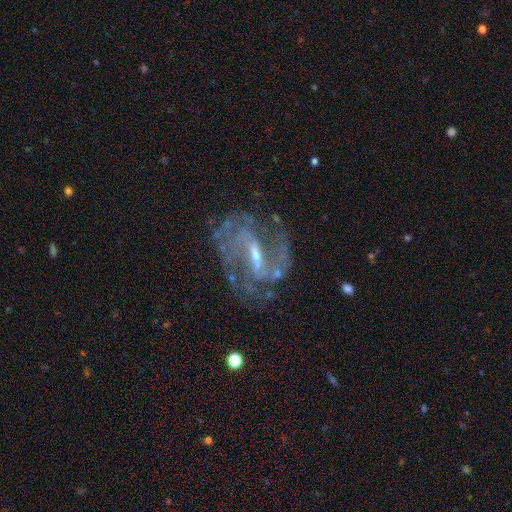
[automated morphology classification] smooth-or-featured: featured or disk: 88% | star or artifact: 7% | smooth: 5%
  disk-edge-on: no: 95% | yes: 5%
    bar: strong: 48% | weak: 41% | no: 11%
    has-spiral-arms: yes: 94% | no: 6%
      spiral-winding: medium: 52% | tight: 29% | loose: 19%
      spiral-arm-count: 2: 69% | can't tell: 13% | 3: 9% | 4: 3% | 1: 3% | more than 4: 3%
    bulge-size: small: 58% | moderate: 35% | none: 4% | large: 2% | dominant: 1%
  merging: none: 67% | minor disturbance: 18% | major disturbance: 12% | merger: 3%